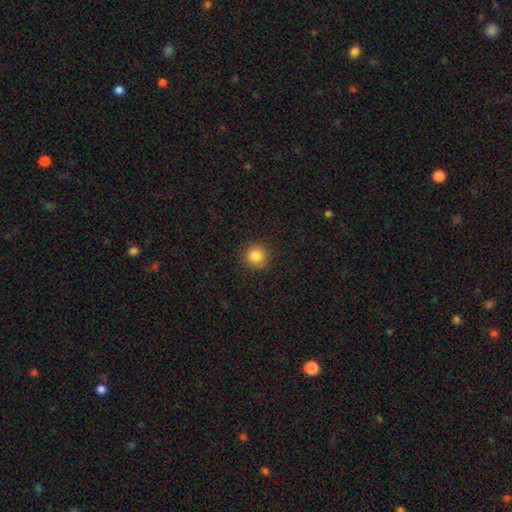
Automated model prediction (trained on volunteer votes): The model was most divided on "smooth or featured": smooth: 83%, star or artifact: 11%, featured or disk: 5%. More confident: how rounded — round (93%); merging — none (85%).